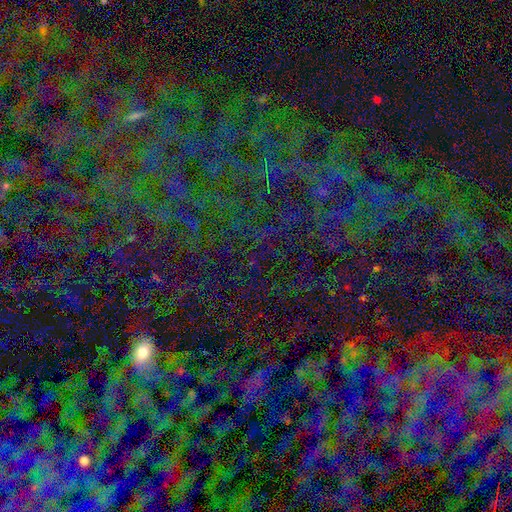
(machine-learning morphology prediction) Smooth or featured: star or artifact — 75% (smooth — 15%)